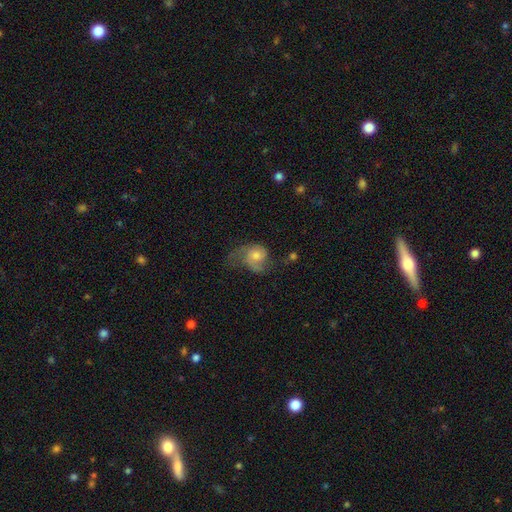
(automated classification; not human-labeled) The model was most divided on "merging": none: 37%, major disturbance: 34%, minor disturbance: 26%, merger: 3%. More confident: edge-on disk — no (97%); spiral arms — yes (86%); bar — no (75%); smooth or featured — featured or disk (58%); bulge size — moderate (52%).